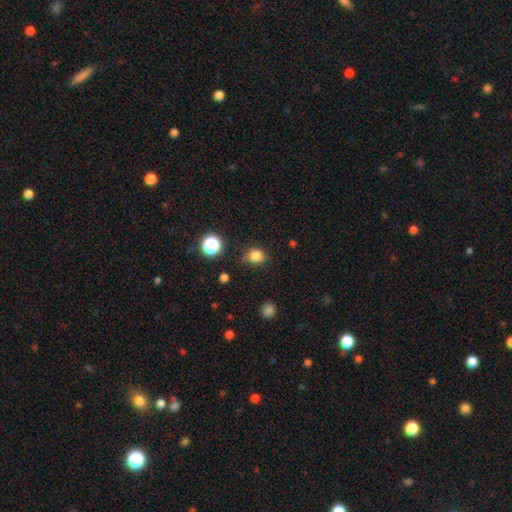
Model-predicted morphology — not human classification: Smooth or featured?
  - smooth: 81% *
  - star or artifact: 14%
  - featured or disk: 4%
How rounded?
  - round: 80% *
  - in between: 19%
  - cigar-shaped: 1%
Merging?
  - none: 77% *
  - minor disturbance: 16%
  - major disturbance: 4%
  - merger: 3%